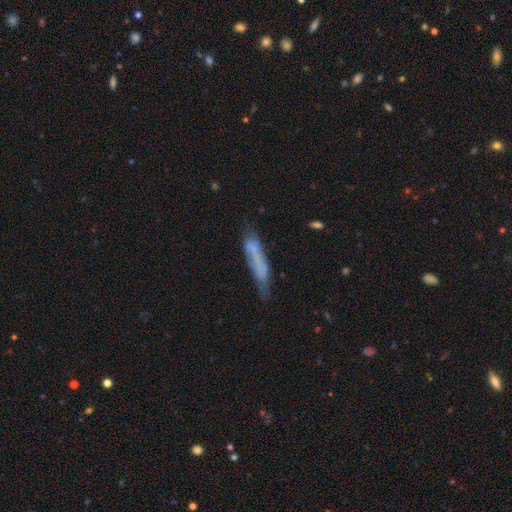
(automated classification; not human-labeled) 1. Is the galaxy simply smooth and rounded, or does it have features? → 55% smooth, 34% featured or disk, 11% star or artifact.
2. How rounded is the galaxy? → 89% cigar-shaped, 9% in between, 2% round.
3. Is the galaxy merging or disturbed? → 58% none, 26% minor disturbance, 11% major disturbance, 6% merger.